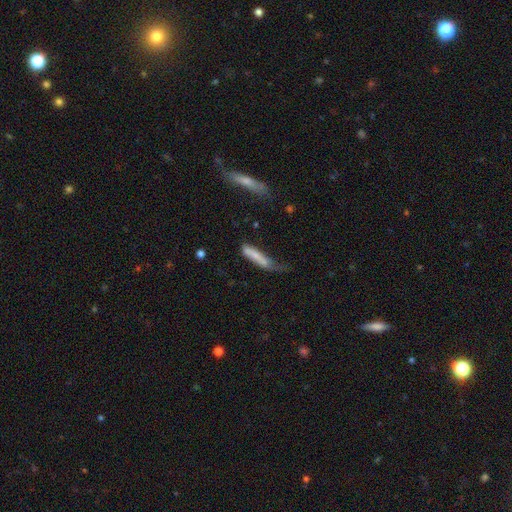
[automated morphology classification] Q: Smooth or featured?
A: smooth (69%); runner-up: featured or disk (24%)
Q: How rounded?
A: cigar-shaped (81%); runner-up: in between (17%)
Q: Merging?
A: minor disturbance (33%); runner-up: major disturbance (31%)